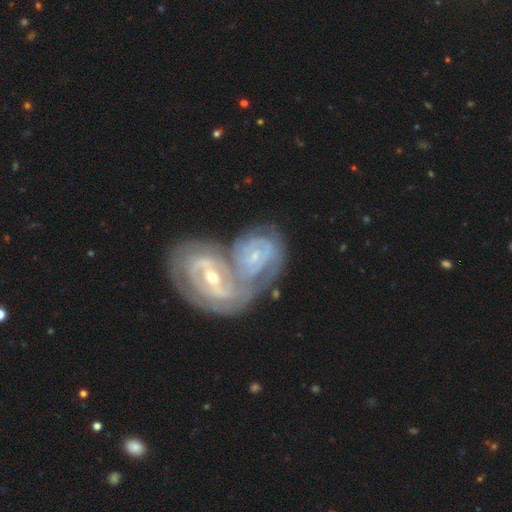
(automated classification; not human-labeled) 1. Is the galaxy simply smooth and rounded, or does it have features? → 86% featured or disk, 10% smooth, 5% star or artifact.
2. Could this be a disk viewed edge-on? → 97% no, 3% yes.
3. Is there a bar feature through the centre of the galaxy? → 42% weak, 31% strong, 27% no.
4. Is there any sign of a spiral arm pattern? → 94% yes, 6% no.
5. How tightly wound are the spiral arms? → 62% tight, 32% medium, 6% loose.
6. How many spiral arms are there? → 40% 2, 27% can't tell, 19% 3, 5% 1, 5% 4, 4% more than 4.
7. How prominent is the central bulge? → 63% small, 33% moderate, 2% none, 2% large, 1% dominant.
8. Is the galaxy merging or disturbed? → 74% merger, 15% none, 7% minor disturbance, 4% major disturbance.